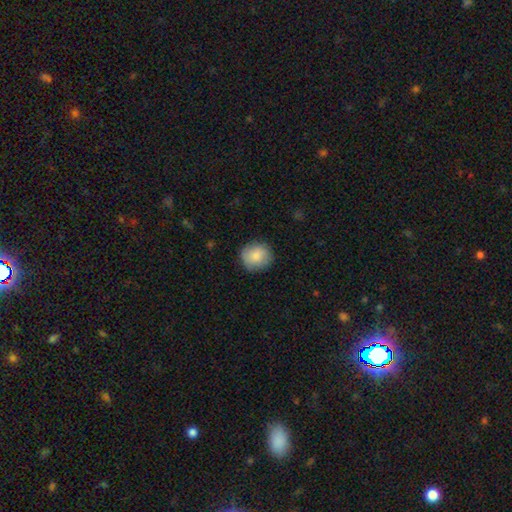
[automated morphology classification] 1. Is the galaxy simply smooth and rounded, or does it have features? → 85% smooth, 8% featured or disk, 7% star or artifact.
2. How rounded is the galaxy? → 88% round, 11% in between, 1% cigar-shaped.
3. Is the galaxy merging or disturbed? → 84% none, 12% minor disturbance, 3% major disturbance, 1% merger.